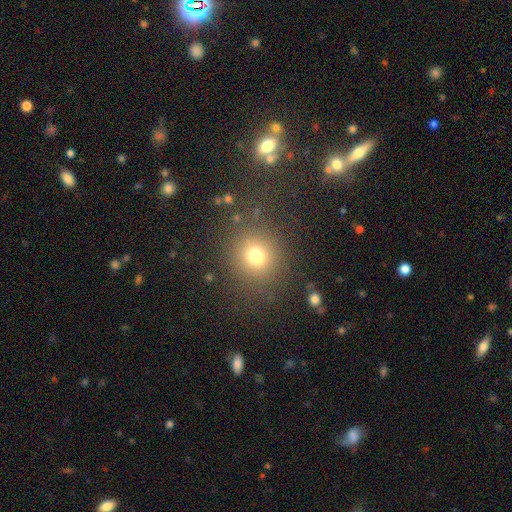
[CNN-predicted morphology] A smooth galaxy with no disk features (73%) that is round (87%). Merging: none (84%).